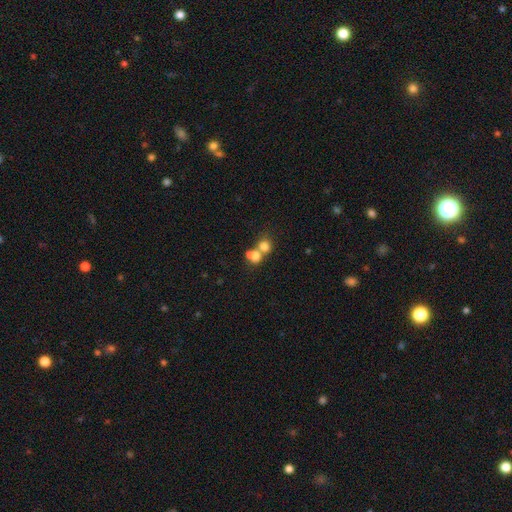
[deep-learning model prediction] smooth 72%, featured or disk 17%, star or artifact 12%. Down the decision tree: how rounded — round (68%); merging — merger (64%).